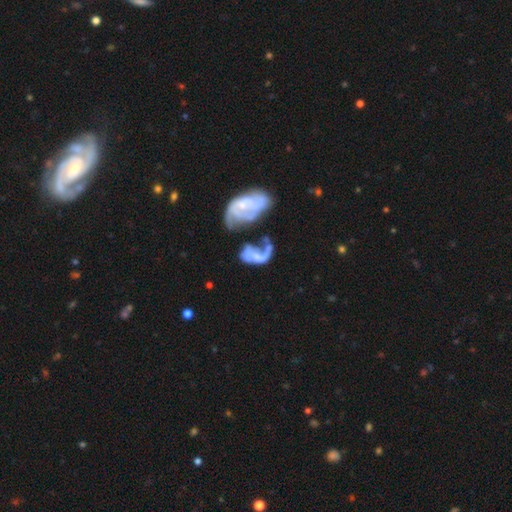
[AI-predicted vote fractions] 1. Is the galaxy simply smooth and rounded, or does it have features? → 63% featured or disk, 27% smooth, 10% star or artifact.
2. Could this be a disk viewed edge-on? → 96% no, 4% yes.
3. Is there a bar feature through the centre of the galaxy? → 70% no, 22% weak, 8% strong.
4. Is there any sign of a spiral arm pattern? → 54% yes, 46% no.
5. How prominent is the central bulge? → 54% none, 22% small, 17% moderate, 5% large, 2% dominant.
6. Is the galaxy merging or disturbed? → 40% merger, 33% major disturbance, 15% none, 12% minor disturbance.